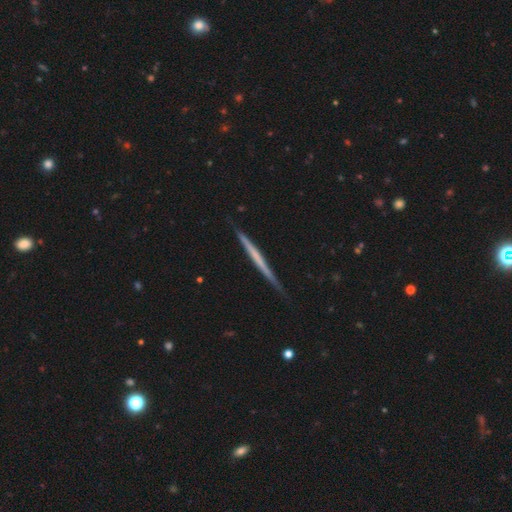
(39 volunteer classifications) A featured or disk galaxy (74%) viewed edge-on (93%) with no central bulge (85%).

Vote fractions:
- Smooth or featured? featured or disk: 74% / smooth: 21% / star or artifact: 5%
- Edge-on disk? yes: 93% / no: 7%
- Edge-on bulge? none: 85% / boxy: 7% / rounded: 7%
- Merging? none: 92% / minor disturbance: 8% / major disturbance: 0% / merger: 0%